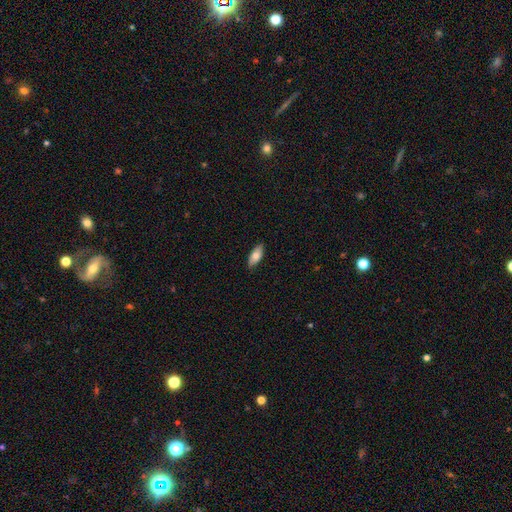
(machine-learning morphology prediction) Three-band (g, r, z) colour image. It shows a smooth galaxy with no disk features (70%) that is in between round and cigar-shaped (82%). Merging: none (86%).